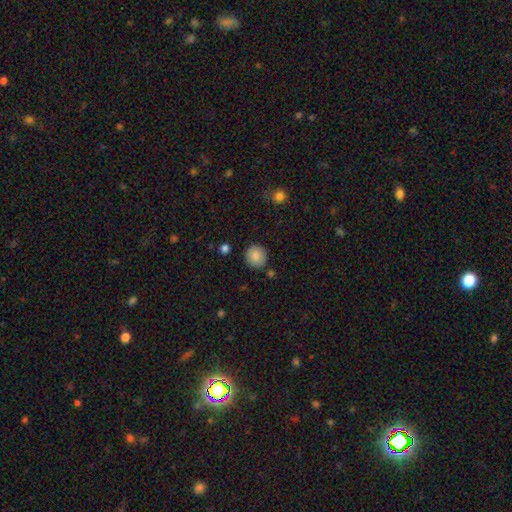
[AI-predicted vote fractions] smooth_or_featured: smooth (p=0.87) [alt: star or artifact p=0.08]
how_rounded: round (p=0.92) [alt: in between p=0.07]
merging: none (p=0.87) [alt: minor disturbance p=0.08]